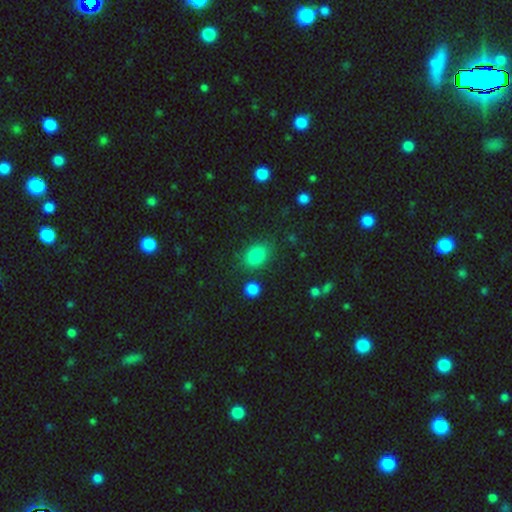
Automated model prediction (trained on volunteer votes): This is clearly a smooth galaxy (83%). How rounded: likely in between (72%). Merging: likely none (75%).